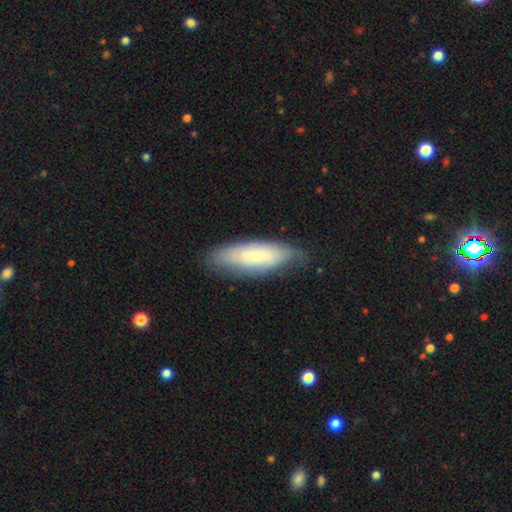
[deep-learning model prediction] Smooth or featured: smooth — 64% (featured or disk — 29%)
How rounded: in between — 55% (cigar-shaped — 43%)
Merging: none — 72% (minor disturbance — 21%)